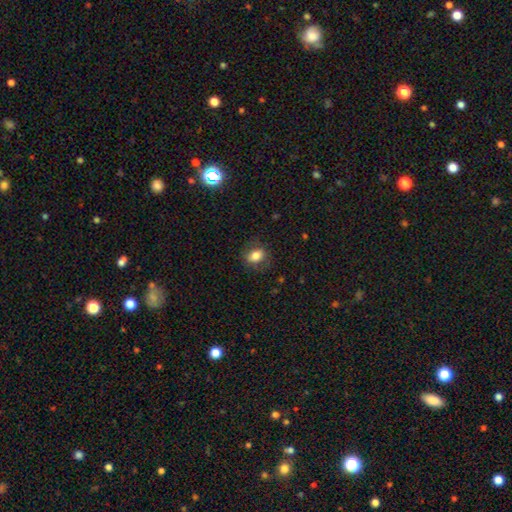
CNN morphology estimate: A smooth galaxy with no disk features (78%) that is in between round and cigar-shaped (71%).

Vote fractions:
- Smooth or featured? smooth: 78% / featured or disk: 13% / star or artifact: 9%
- How rounded? in between: 71% / round: 28% / cigar-shaped: 2%
- Merging? none: 79% / minor disturbance: 15% / major disturbance: 6% / merger: 1%